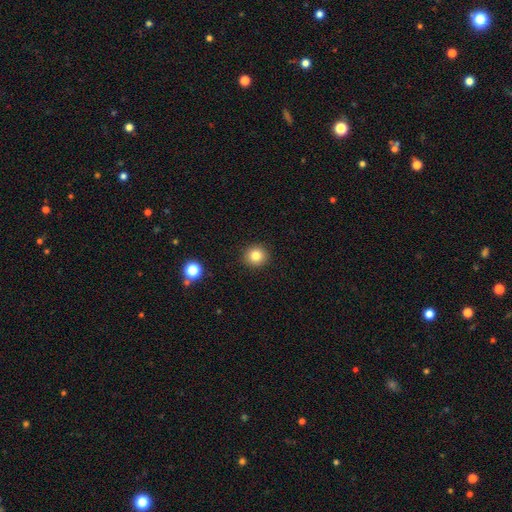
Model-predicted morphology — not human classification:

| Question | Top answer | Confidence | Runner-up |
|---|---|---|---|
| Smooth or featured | smooth | 82% | star or artifact (11%) |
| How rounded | round | 93% | in between (7%) |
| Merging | none | 92% | minor disturbance (5%) |